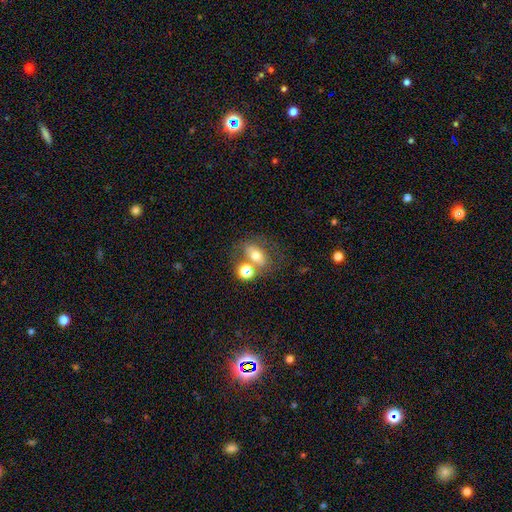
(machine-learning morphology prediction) The model was most divided on "merging": none: 46%, merger: 32%, minor disturbance: 13%, major disturbance: 9%. More confident: how rounded — in between (69%); smooth or featured — smooth (60%).